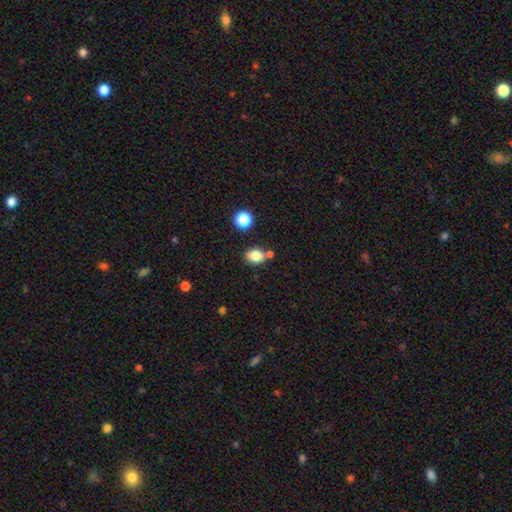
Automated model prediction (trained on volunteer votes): This appears to be a smooth galaxy with no disk features (82%) that is in between round and cigar-shaped (63%). Merging: none (69%).